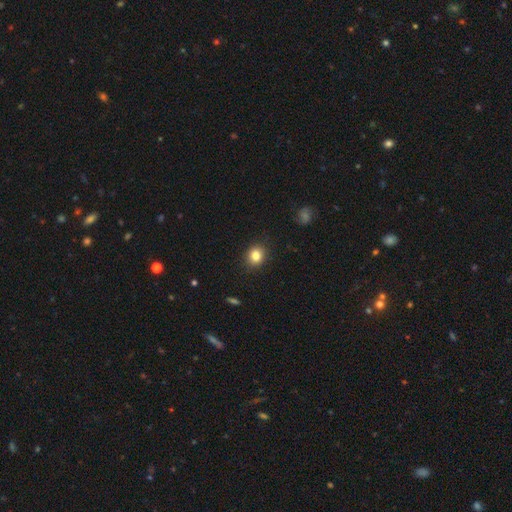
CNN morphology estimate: smooth_or_featured: smooth (p=0.83) [alt: star or artifact p=0.11]
how_rounded: round (p=0.68) [alt: in between p=0.31]
merging: none (p=0.89) [alt: minor disturbance p=0.08]